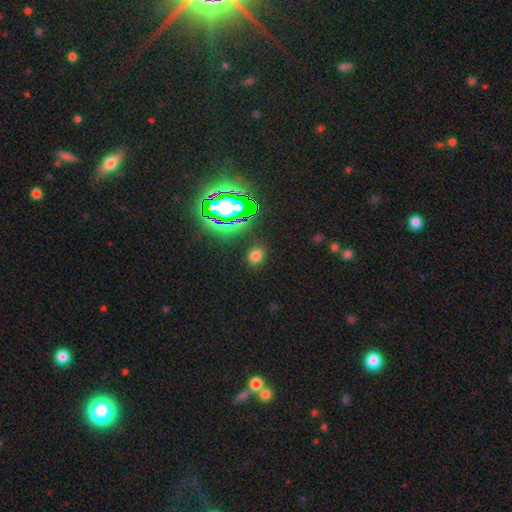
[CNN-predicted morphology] type=smooth (67%); roundness=in between (50%); merging=none (86%).